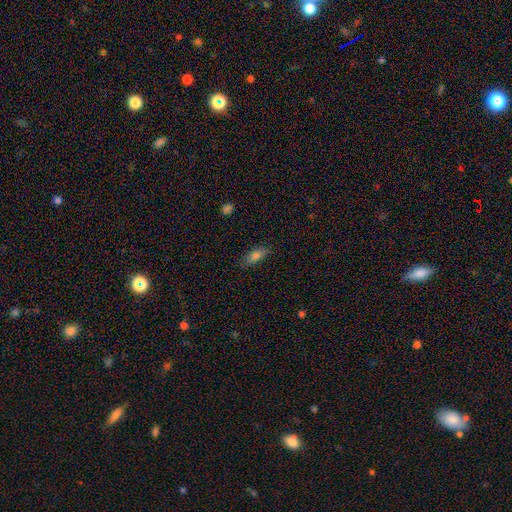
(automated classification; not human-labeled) A smooth galaxy with no disk features (80%) that is in between round and cigar-shaped (77%). Merging: none (81%).